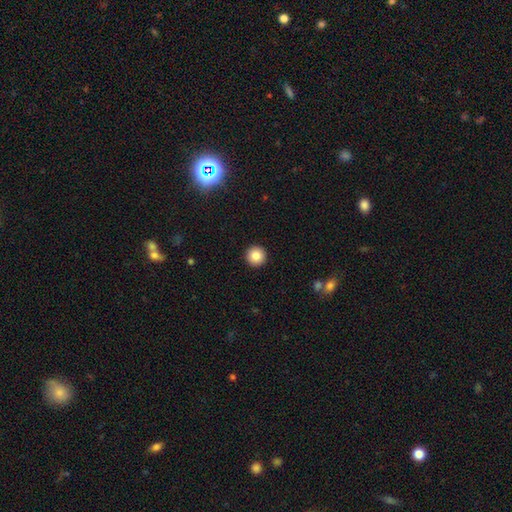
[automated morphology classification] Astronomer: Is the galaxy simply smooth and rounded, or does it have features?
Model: smooth — 84%.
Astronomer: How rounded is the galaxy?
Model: round — 96%.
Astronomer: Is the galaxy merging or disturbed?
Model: none — 94%.